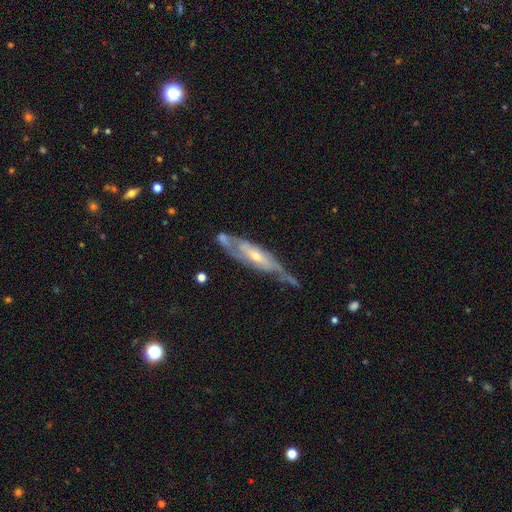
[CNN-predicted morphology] Q: Smooth or featured?
A: featured or disk (78%); runner-up: smooth (17%)
Q: Edge-on disk?
A: no (69%); runner-up: yes (31%)
Q: Bar?
A: no (50%); runner-up: weak (35%)
Q: Spiral arms?
A: yes (82%); runner-up: no (18%)
Q: Bulge size?
A: small (54%); runner-up: moderate (41%)
Q: Merging?
A: none (48%); runner-up: minor disturbance (29%)